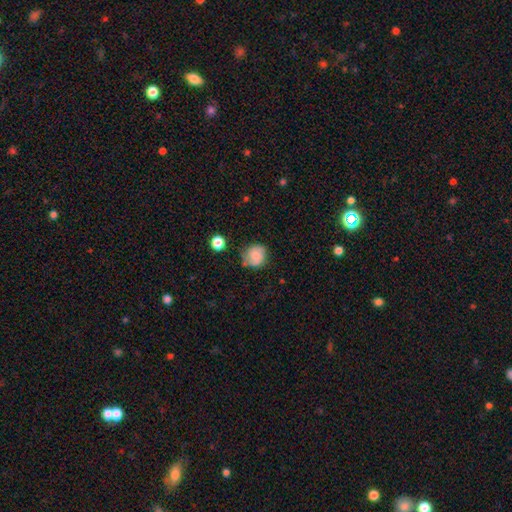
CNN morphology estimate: Overall: smooth (73%). How rounded: round (78%). Merging: none (61%; minor disturbance 27%).